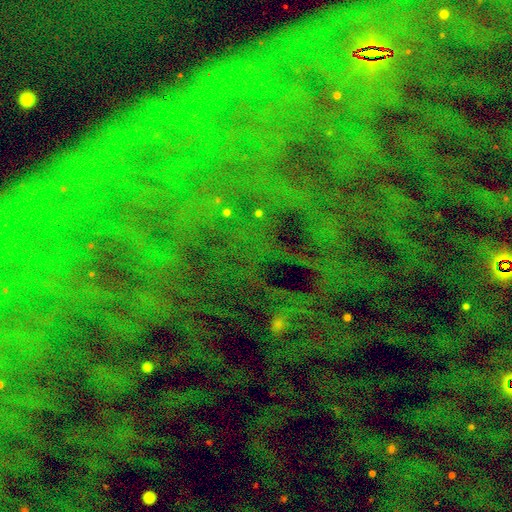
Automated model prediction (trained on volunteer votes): Q: Smooth or featured?
A: star or artifact (82%); runner-up: smooth (9%)